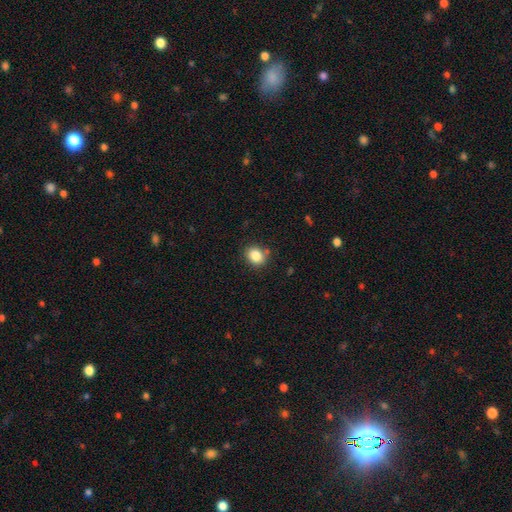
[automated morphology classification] smooth 85%, star or artifact 10%, featured or disk 6%. Down the decision tree: how rounded — round (55%); merging — none (82%).